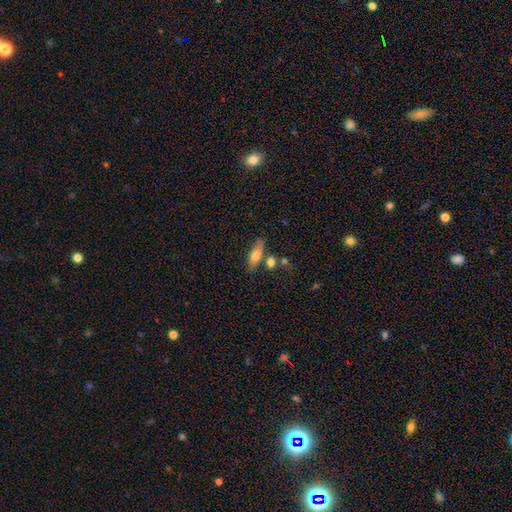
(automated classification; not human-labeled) Morphology: type=smooth (70%); roundness=in between (64%); merging=none (66%).